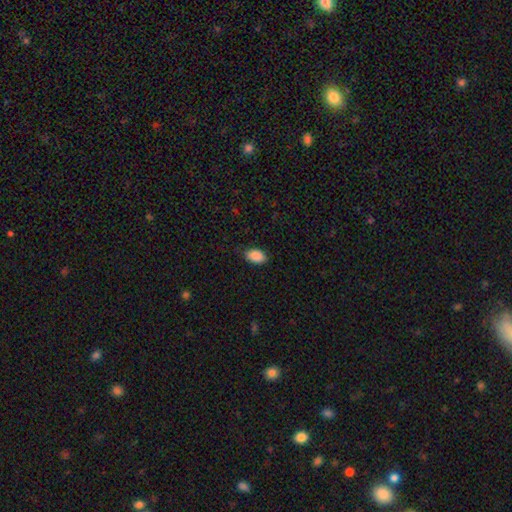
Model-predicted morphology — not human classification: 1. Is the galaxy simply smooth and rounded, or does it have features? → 90% smooth, 7% star or artifact, 3% featured or disk.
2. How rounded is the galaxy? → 92% in between, 6% round, 1% cigar-shaped.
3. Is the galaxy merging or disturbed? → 81% none, 15% minor disturbance, 3% major disturbance, 1% merger.